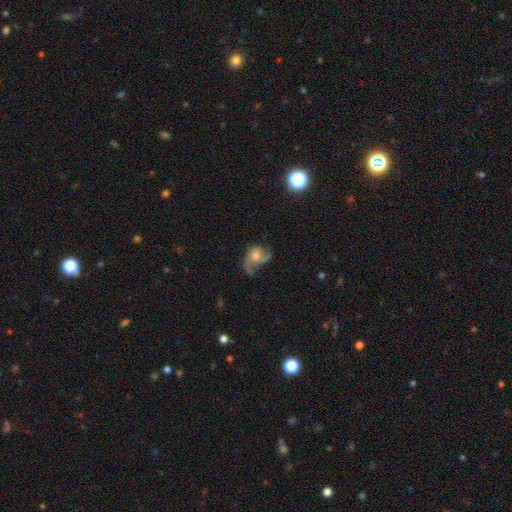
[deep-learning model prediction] The model was most divided on "merging": none: 41%, major disturbance: 33%, minor disturbance: 22%, merger: 3%. More confident: edge-on disk — no (97%); spiral arms — yes (86%); bar — no (75%); smooth or featured — featured or disk (68%); bulge size — moderate (52%); spiral arm count — 2 (52%); spiral winding — loose (51%).